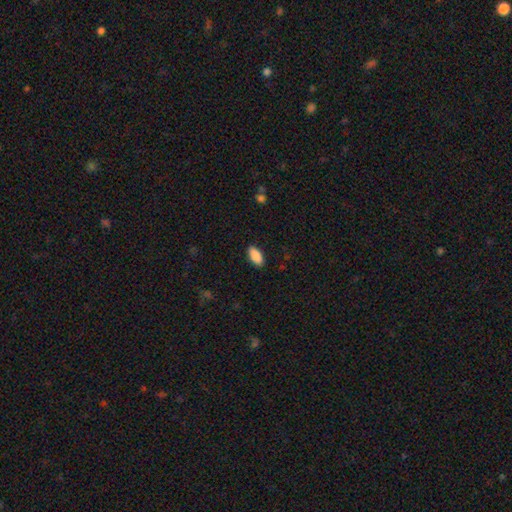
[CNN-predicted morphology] A smooth galaxy with no disk features (90%) that is in between round and cigar-shaped (89%). Merging: none (88%).